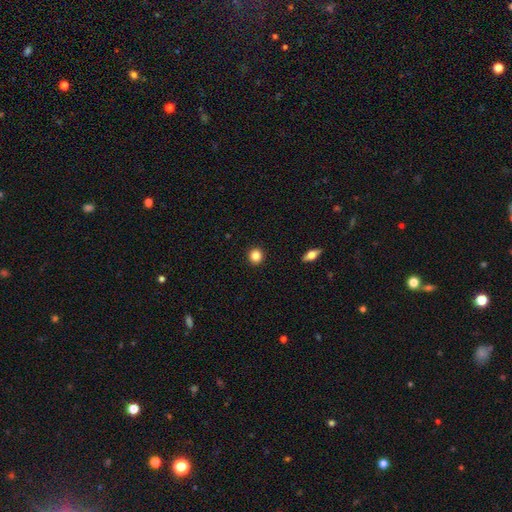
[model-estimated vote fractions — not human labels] This appears to be a smooth galaxy with no disk features (86%) that is round (91%). Merging: none (93%).